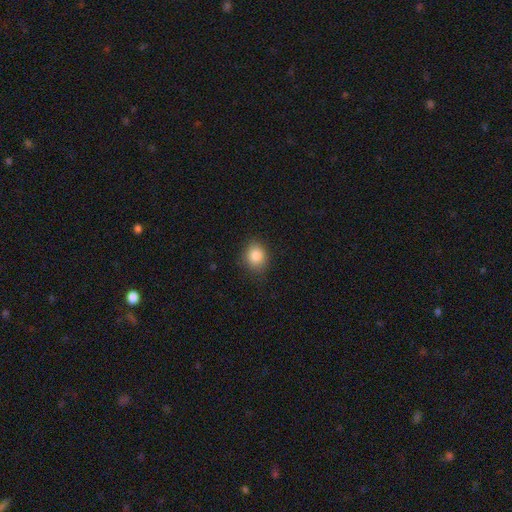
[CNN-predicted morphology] This is clearly a smooth galaxy (84%). How rounded: likely round (61%). Merging: clearly none (83%).